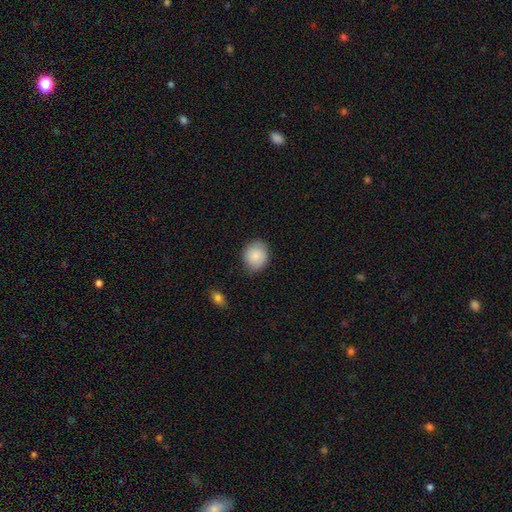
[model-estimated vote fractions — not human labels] Smooth or featured? Predicted: smooth (p=0.83). How rounded? Predicted: round (p=0.71). Merging? Predicted: none (p=0.82).